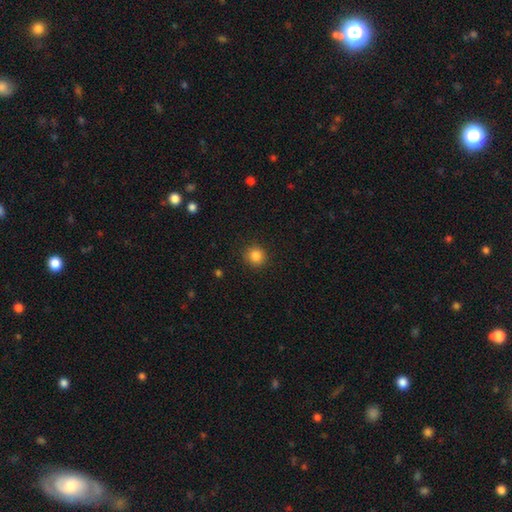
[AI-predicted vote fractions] Smooth or featured? Predicted: smooth (p=0.85). How rounded? Predicted: round (p=0.90). Merging? Predicted: none (p=0.90).